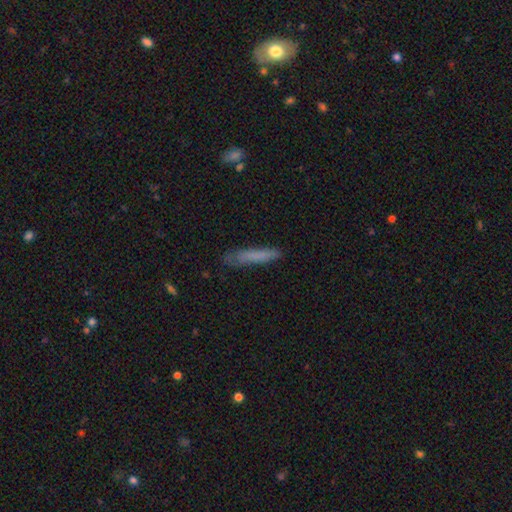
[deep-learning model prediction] A smooth galaxy with no disk features (73%) that is cigar-shaped (91%). Merging: none (71%).